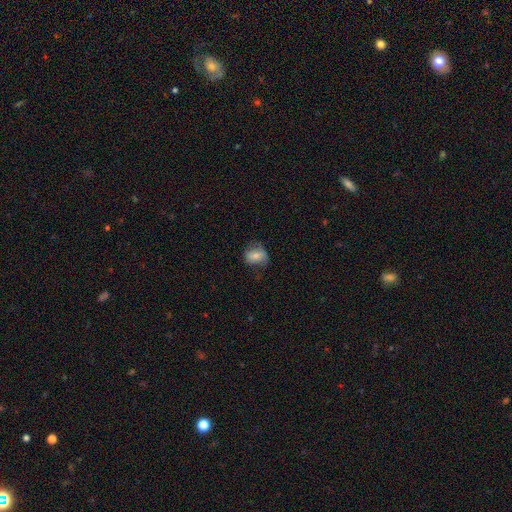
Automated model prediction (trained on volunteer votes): A smooth galaxy with no disk features (65%) that is in between round and cigar-shaped (54%). Merging: none (59%).